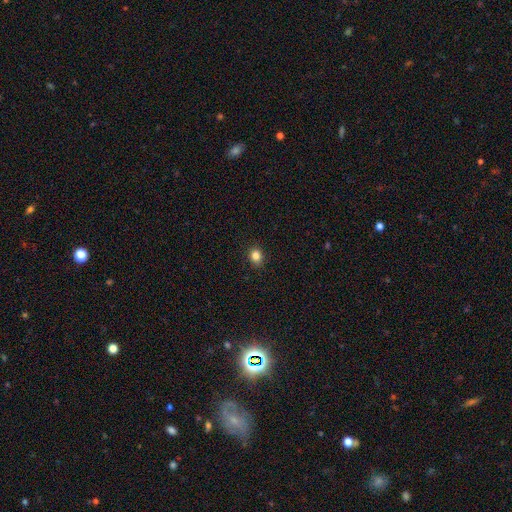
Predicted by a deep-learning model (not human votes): Overall: smooth (84%). How rounded: round (58%; in between 41%). Merging: none (89%).